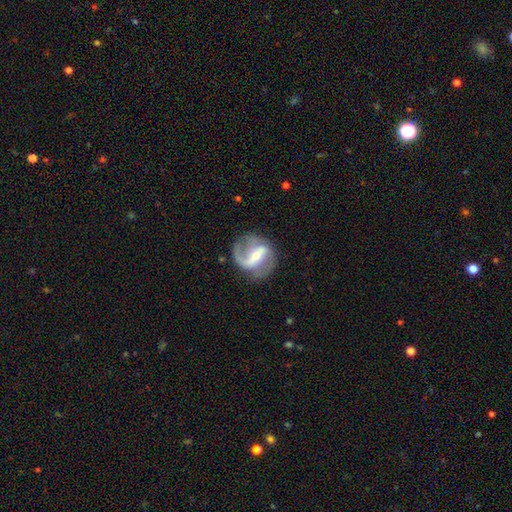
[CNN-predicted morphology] This is clearly a featured or disk galaxy (86%). It is clearly not viewed edge-on (97%). Bar: possibly strong (48%). Spiral arm pattern: clearly yes (93%). Spiral arm count: likely 2 (78%). Spiral winding: marginally loose (43%, tied with medium). Central bulge: possibly small (52%). Merging: likely none (70%).